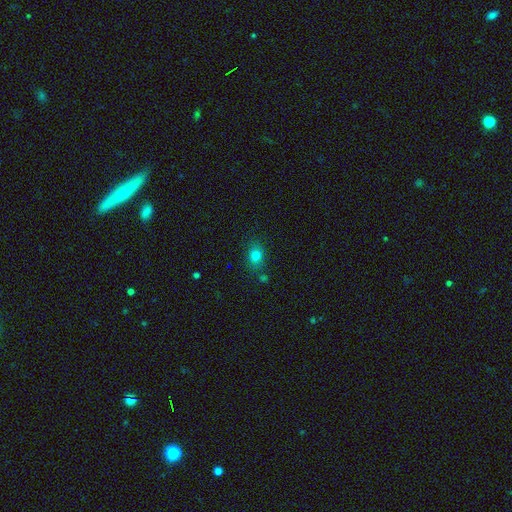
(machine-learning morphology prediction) smooth 74%, star or artifact 16%, featured or disk 9%. Down the decision tree: how rounded — in between (54%); merging — none (79%).